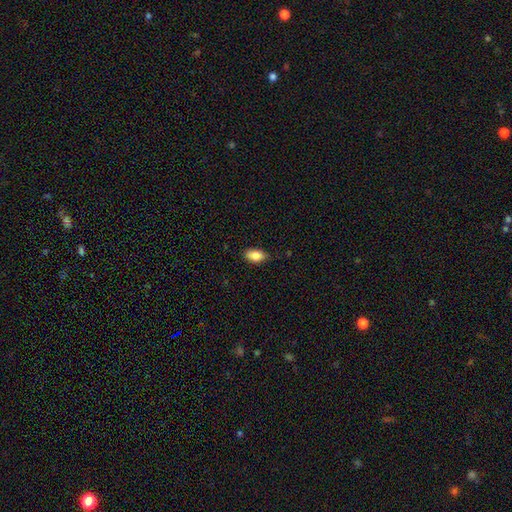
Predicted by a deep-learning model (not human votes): The model was most divided on "merging": none: 80%, minor disturbance: 17%, major disturbance: 3%, merger: 1%. More confident: how rounded — in between (91%); smooth or featured — smooth (86%).